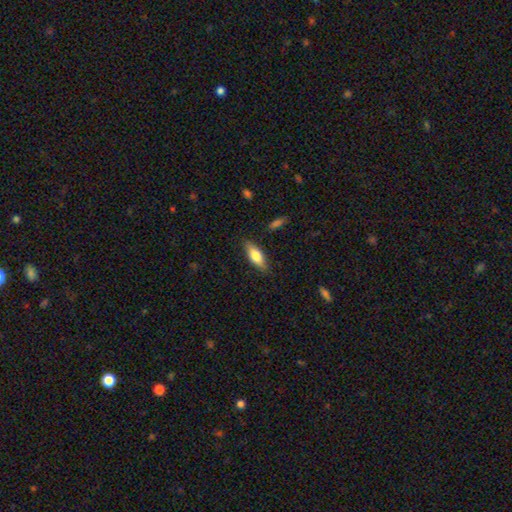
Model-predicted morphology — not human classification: Smooth or featured: smooth — 74% (featured or disk — 20%)
How rounded: in between — 67% (cigar-shaped — 30%)
Merging: none — 85% (minor disturbance — 11%)